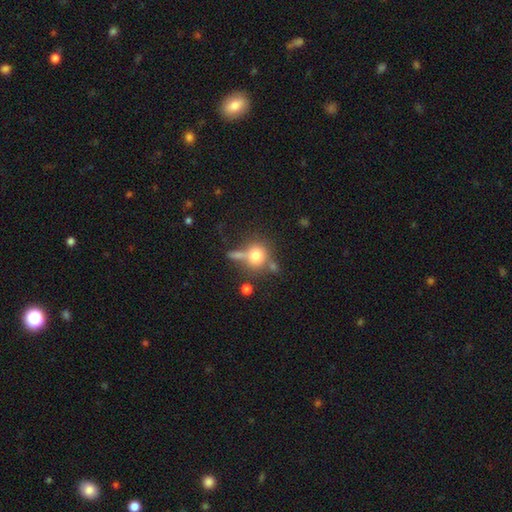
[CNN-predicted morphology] A smooth galaxy with no disk features (73%) that is round (82%). Merging: none (53%).